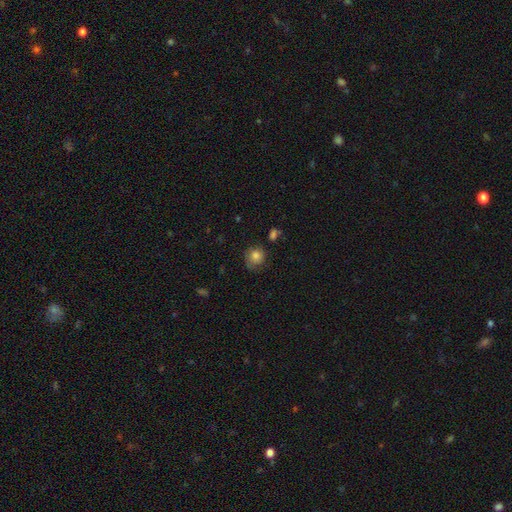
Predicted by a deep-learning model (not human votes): Q: Smooth or featured?
A: smooth (80%); runner-up: star or artifact (10%)
Q: How rounded?
A: round (80%); runner-up: in between (19%)
Q: Merging?
A: none (61%); runner-up: minor disturbance (27%)